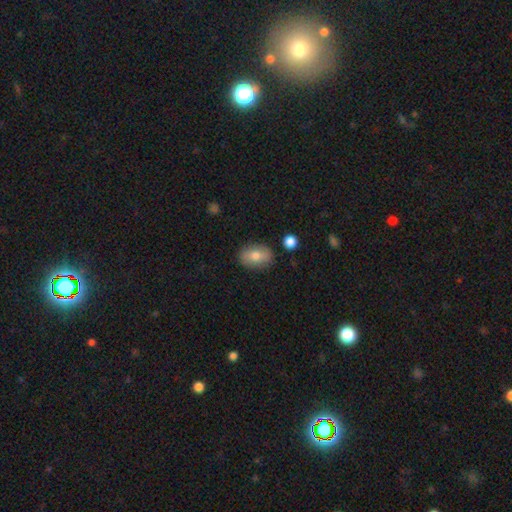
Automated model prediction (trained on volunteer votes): Overall: smooth (73%). How rounded: in between (83%). Merging: none (84%).